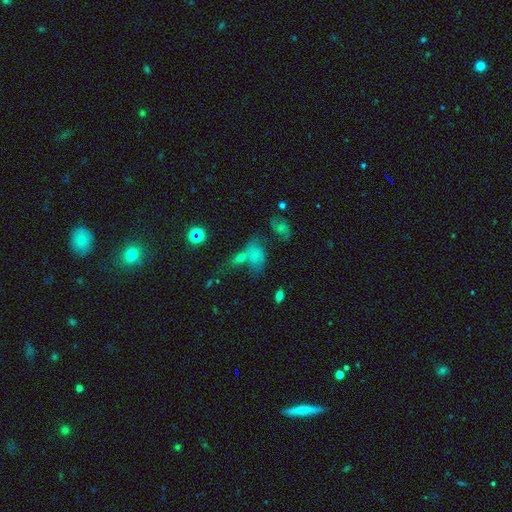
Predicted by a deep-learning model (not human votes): smooth_or_featured: smooth (p=0.57) [alt: featured or disk p=0.24]
how_rounded: in between (p=0.75) [alt: round p=0.22]
merging: merger (p=0.41) [alt: none p=0.33]